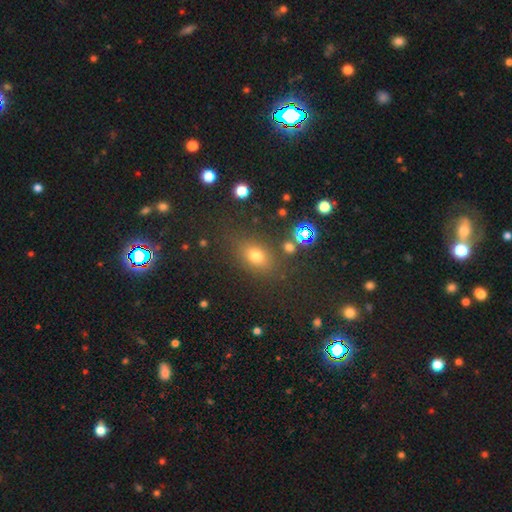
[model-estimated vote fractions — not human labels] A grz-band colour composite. It shows a smooth galaxy with no disk features (71%) that is in between round and cigar-shaped (61%). Merging: none (75%).